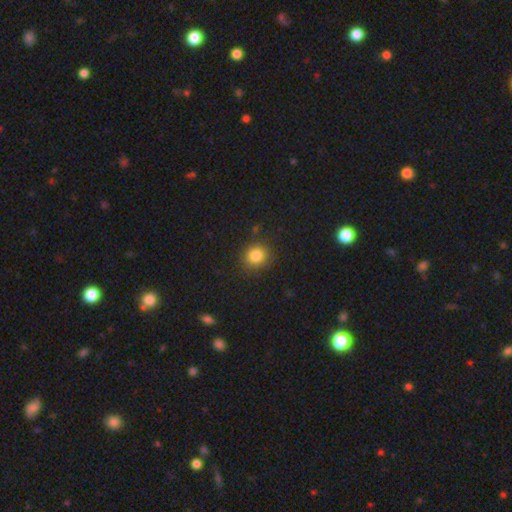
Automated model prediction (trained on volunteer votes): smooth-or-featured: smooth: 83% | star or artifact: 11% | featured or disk: 5%
  how-rounded: round: 81% | in between: 18% | cigar-shaped: 1%
  merging: none: 82% | minor disturbance: 12% | major disturbance: 4% | merger: 2%